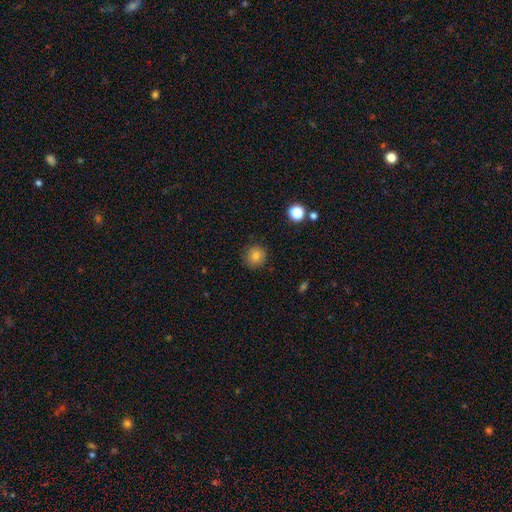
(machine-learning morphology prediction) Q: Smooth or featured?
A: smooth (81%); runner-up: star or artifact (11%)
Q: How rounded?
A: round (92%); runner-up: in between (7%)
Q: Merging?
A: none (87%); runner-up: minor disturbance (9%)